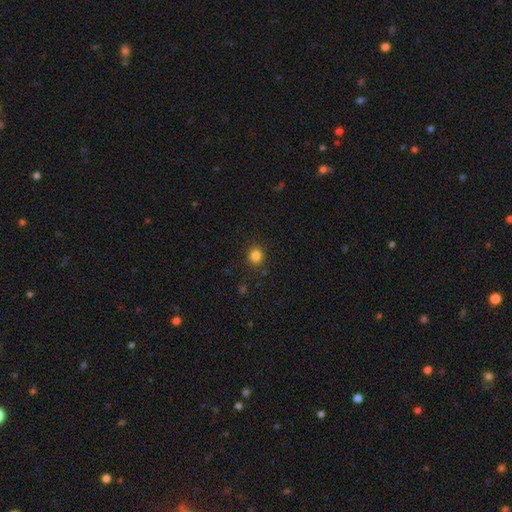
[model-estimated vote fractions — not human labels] Smooth or featured?
  - smooth: 83% *
  - star or artifact: 12%
  - featured or disk: 4%
How rounded?
  - round: 87% *
  - in between: 12%
  - cigar-shaped: 1%
Merging?
  - none: 89% *
  - minor disturbance: 7%
  - major disturbance: 2%
  - merger: 1%